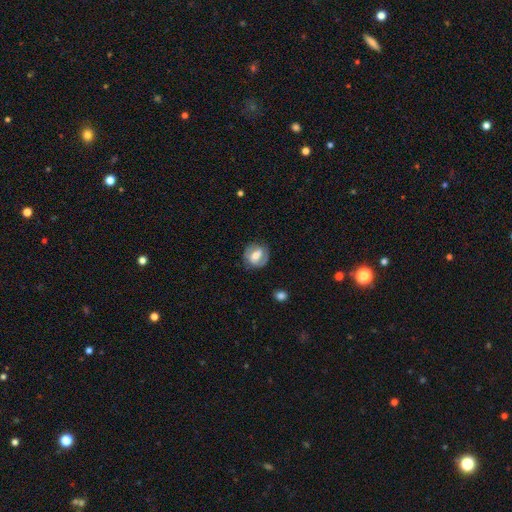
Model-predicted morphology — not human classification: Smooth or featured? Predicted: featured or disk (p=0.59). Edge-on disk? Predicted: no (p=0.95). Bar? Predicted: weak (p=0.43). Spiral arms? Predicted: yes (p=0.75). Bulge size? Predicted: moderate (p=0.61). Merging? Predicted: none (p=0.74).